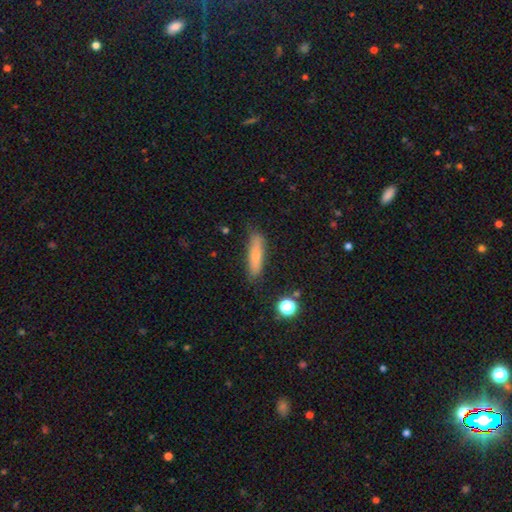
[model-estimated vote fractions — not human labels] A smooth galaxy with no disk features (71%) that is cigar-shaped (77%). Merging: none (79%).